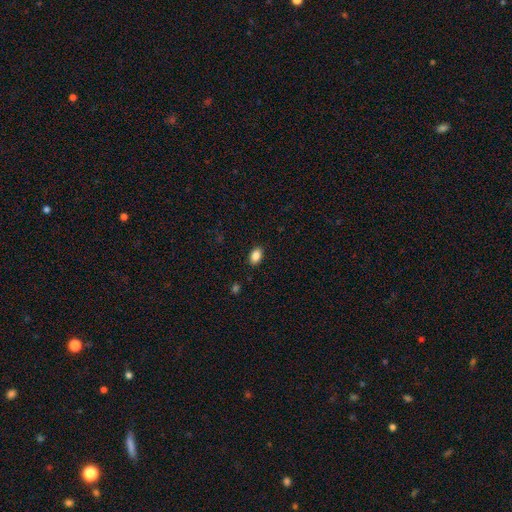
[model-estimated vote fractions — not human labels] Smooth or featured?
  - smooth: 88% *
  - star or artifact: 8%
  - featured or disk: 4%
How rounded?
  - in between: 88% *
  - round: 10%
  - cigar-shaped: 1%
Merging?
  - none: 89% *
  - minor disturbance: 8%
  - major disturbance: 2%
  - merger: 1%